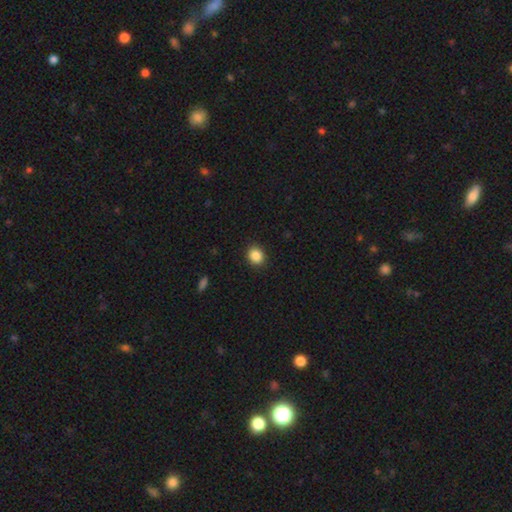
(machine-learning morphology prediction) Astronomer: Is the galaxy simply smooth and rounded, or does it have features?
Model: smooth — 87%.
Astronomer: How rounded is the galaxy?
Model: round — 67%.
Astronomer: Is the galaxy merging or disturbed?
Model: none — 91%.